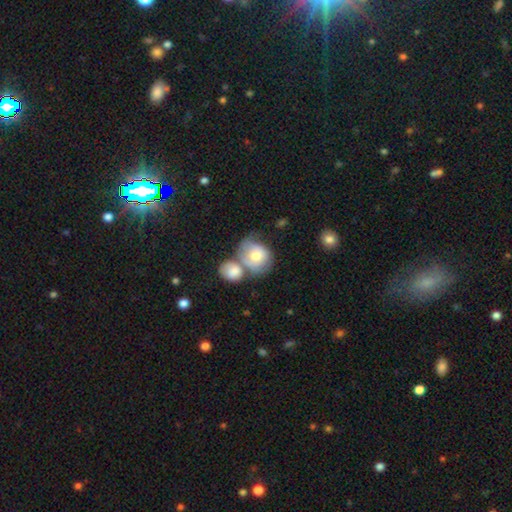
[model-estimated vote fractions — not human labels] A smooth galaxy with no disk features (68%) that is round (71%). Merging: merger (46%).